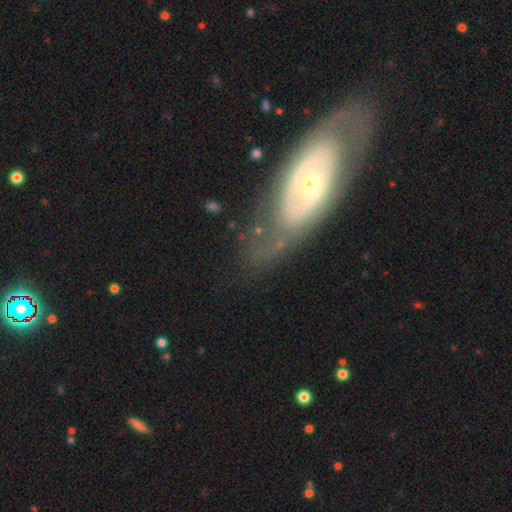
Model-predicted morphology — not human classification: A featured or disk galaxy (74%) with no bar (65%), spiral arms (64%) and a small central bulge (66%). Merging: none (72%).